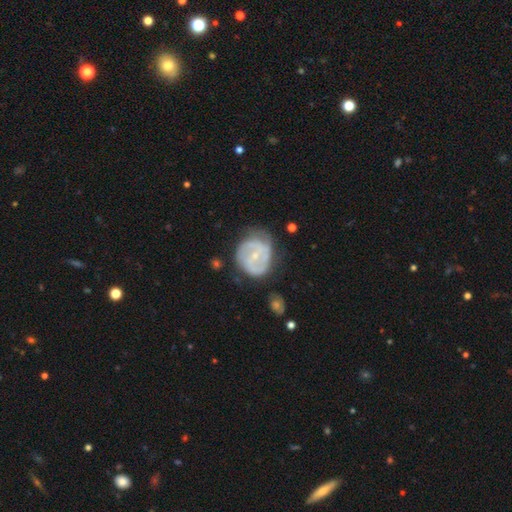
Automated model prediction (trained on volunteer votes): This appears to be a featured or disk galaxy (71%) with a weak bar (43%), 2 (53%) medium (41%, tied with tight) spiral arms (78%) and a small central bulge (73%). Merging: none (55%).